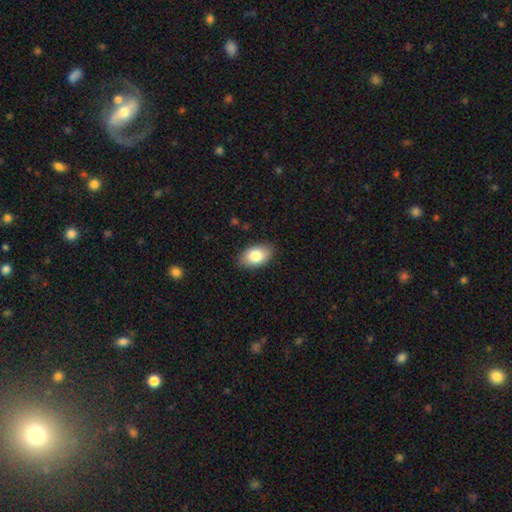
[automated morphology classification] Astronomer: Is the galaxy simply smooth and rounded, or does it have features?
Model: smooth — 83%.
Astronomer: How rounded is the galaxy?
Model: in between — 91%.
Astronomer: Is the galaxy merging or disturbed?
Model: none — 86%.